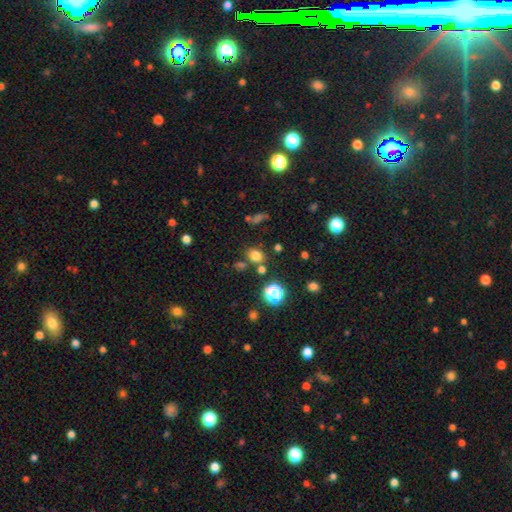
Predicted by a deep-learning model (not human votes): smooth 73%, star or artifact 20%, featured or disk 7%. Down the decision tree: how rounded — round (58%); merging — none (75%).